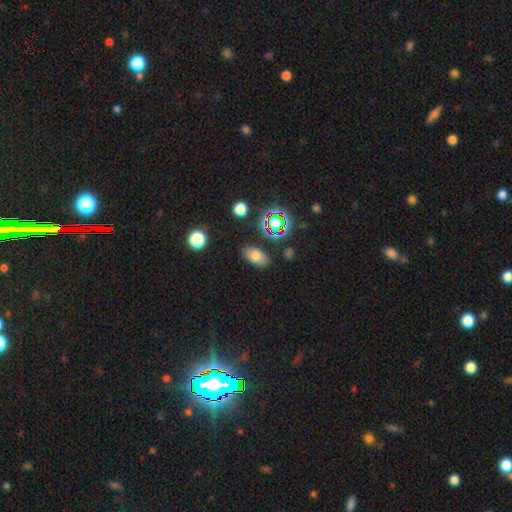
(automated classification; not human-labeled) Smooth or featured? Predicted: smooth (p=0.72). How rounded? Predicted: in between (p=0.88). Merging? Predicted: none (p=0.82).